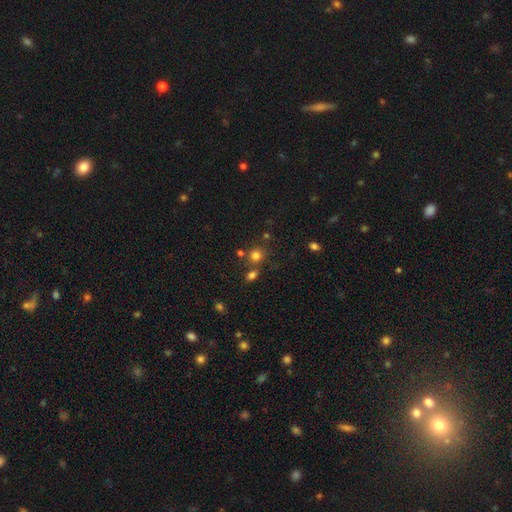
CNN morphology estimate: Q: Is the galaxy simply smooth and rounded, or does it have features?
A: smooth — 76%.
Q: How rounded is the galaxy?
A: round — 85%.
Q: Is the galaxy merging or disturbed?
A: none — 69%.